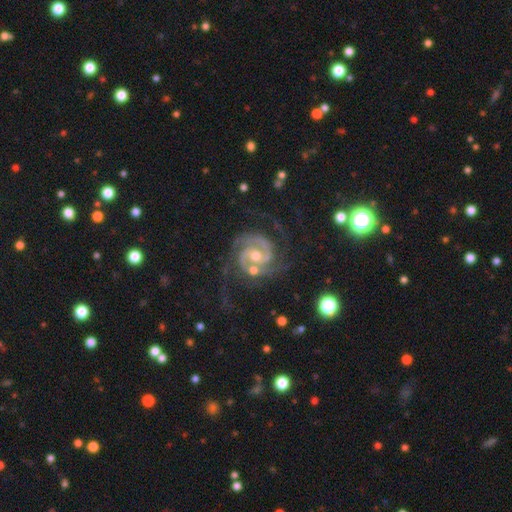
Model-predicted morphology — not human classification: This appears to be a featured or disk galaxy (92%) with no bar (53%), 2 (80%) tight (53%) spiral arms (98%) and a moderate central bulge (62%). Merging: none (61%).